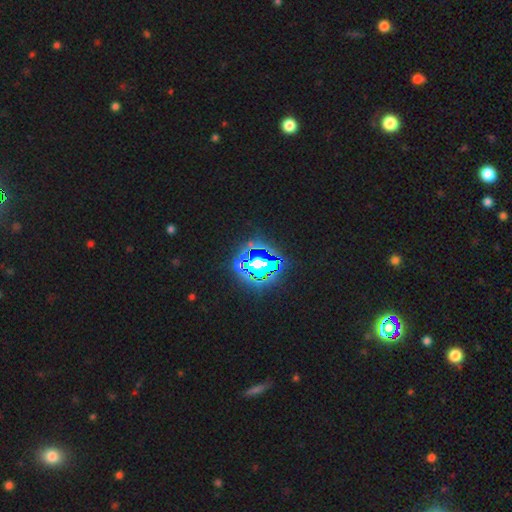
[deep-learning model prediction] A star or artifact, not a galaxy (80%).